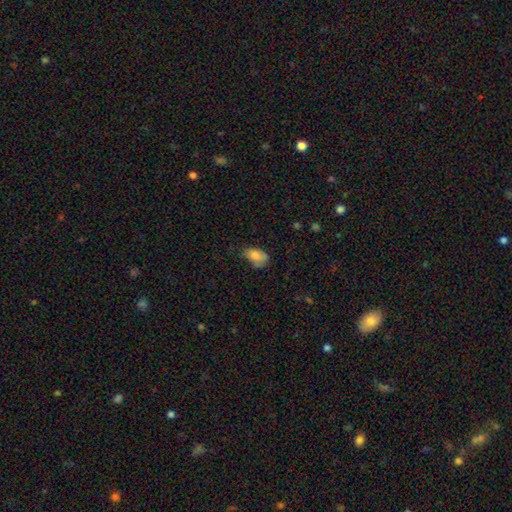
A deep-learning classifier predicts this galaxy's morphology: smooth 80%, featured or disk 11%, star or artifact 9%. Down the decision tree: how rounded — in between (88%); merging — none (46%).